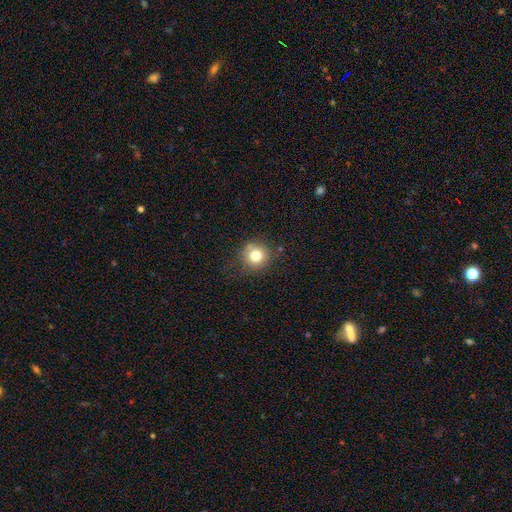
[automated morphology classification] smooth 77%, star or artifact 13%, featured or disk 10%. Down the decision tree: how rounded — round (90%); merging — none (75%).